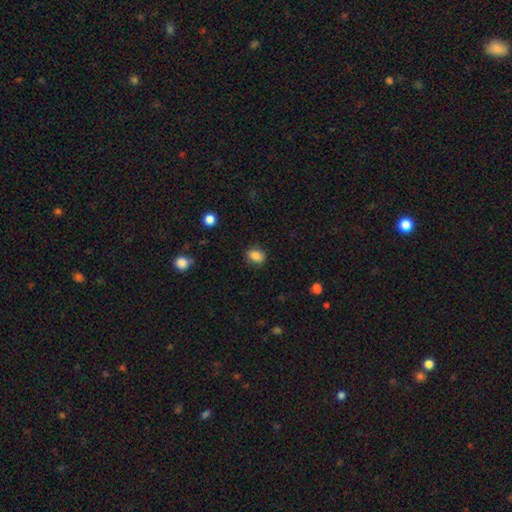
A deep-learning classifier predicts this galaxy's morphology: type=smooth (86%); roundness=in between (67%); merging=none (85%).